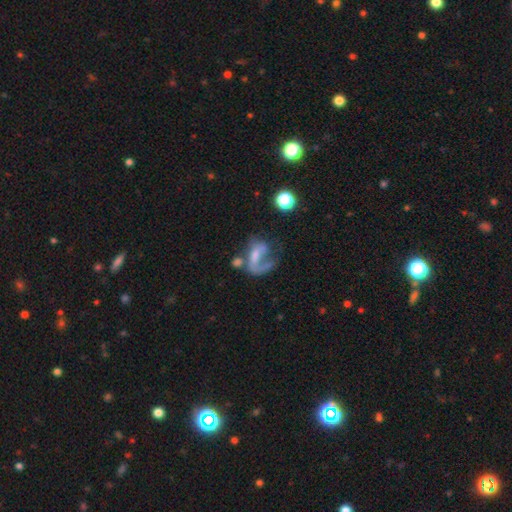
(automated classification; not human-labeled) This appears to be a featured or disk galaxy (62%) with no bar (51%), spiral arms (65%) and no central bulge (32%, tied with small). Merging: major disturbance (44%).